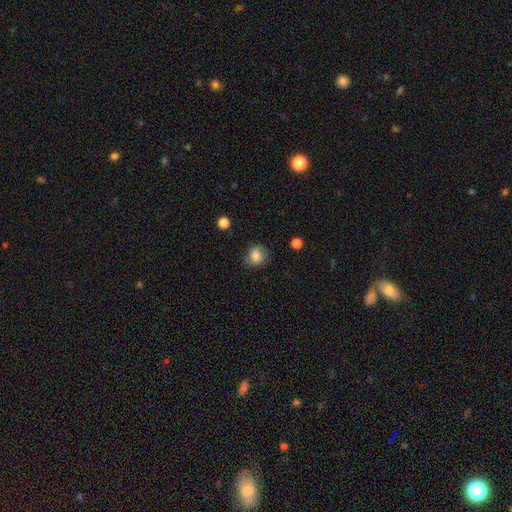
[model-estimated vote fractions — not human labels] smooth 79%, featured or disk 12%, star or artifact 10%. Down the decision tree: how rounded — round (71%); merging — none (74%).